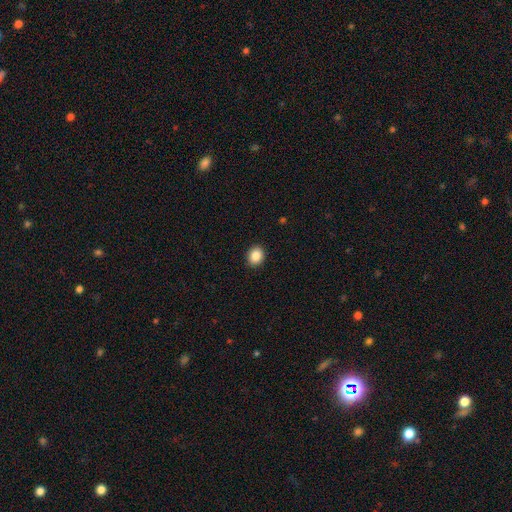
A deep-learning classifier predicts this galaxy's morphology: Smooth or featured: smooth — 87% (star or artifact — 9%)
How rounded: round — 60% (in between — 39%)
Merging: none — 91% (minor disturbance — 6%)